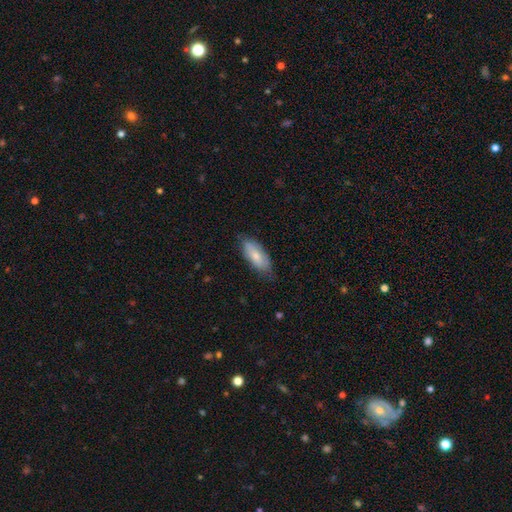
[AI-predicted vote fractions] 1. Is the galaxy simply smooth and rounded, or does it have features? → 75% smooth, 19% featured or disk, 6% star or artifact.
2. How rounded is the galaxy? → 82% in between, 16% cigar-shaped, 2% round.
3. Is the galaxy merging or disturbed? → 72% none, 23% minor disturbance, 4% major disturbance, 1% merger.